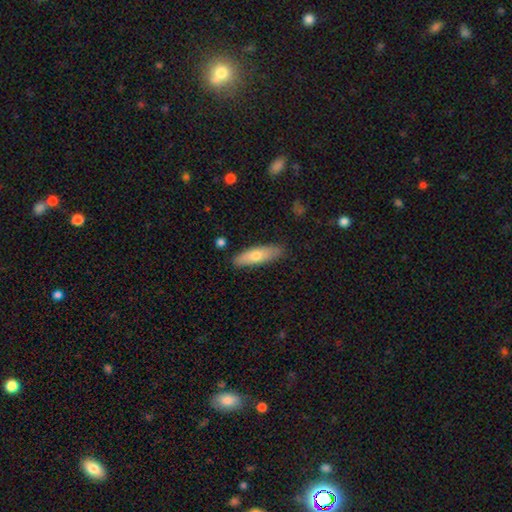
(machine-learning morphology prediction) This appears to be a smooth galaxy with no disk features (66%) that is cigar-shaped (58%). Merging: none (86%).